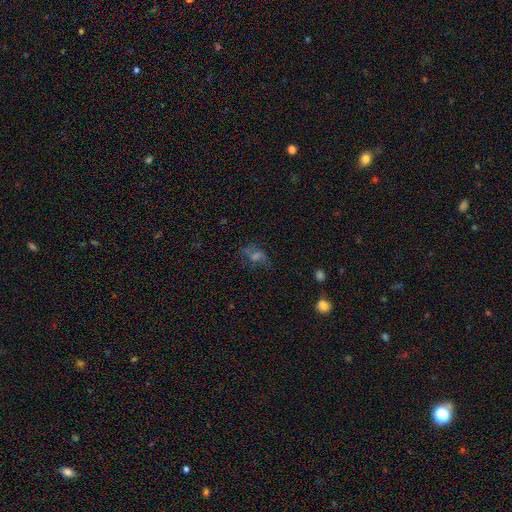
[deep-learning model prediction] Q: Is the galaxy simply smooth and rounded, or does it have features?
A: star or artifact — 35%.